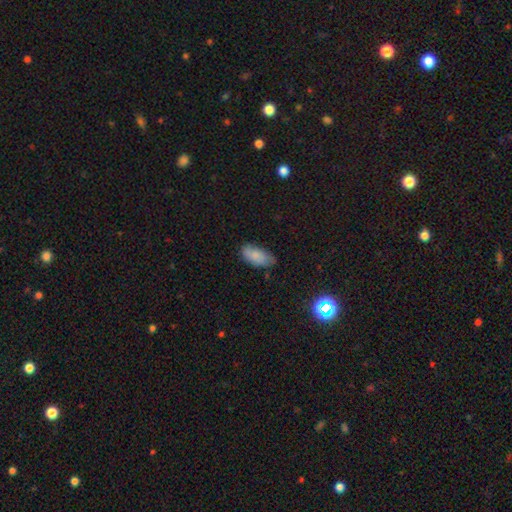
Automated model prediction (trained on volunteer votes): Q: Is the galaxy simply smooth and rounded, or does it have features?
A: smooth — 83%.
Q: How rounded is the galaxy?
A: in between — 92%.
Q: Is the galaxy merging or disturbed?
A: none — 71%.